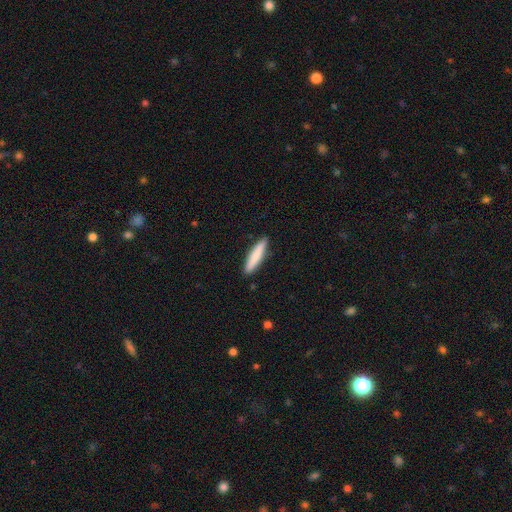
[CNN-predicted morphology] This appears to be a smooth galaxy with no disk features (82%) that is cigar-shaped (86%). Merging: none (90%).